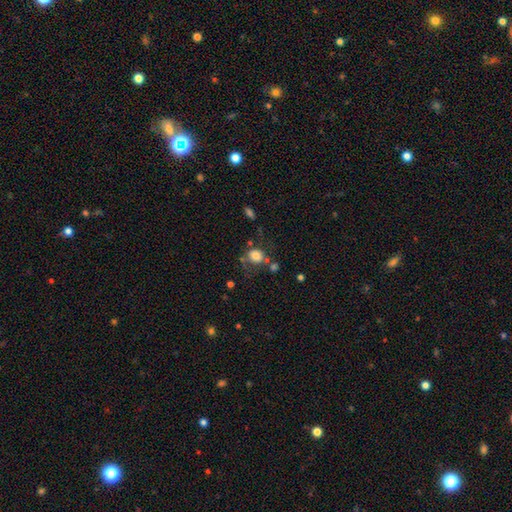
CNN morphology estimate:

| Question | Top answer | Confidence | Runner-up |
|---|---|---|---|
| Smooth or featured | smooth | 77% | featured or disk (13%) |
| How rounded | round | 67% | in between (32%) |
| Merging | none | 54% | minor disturbance (20%) |